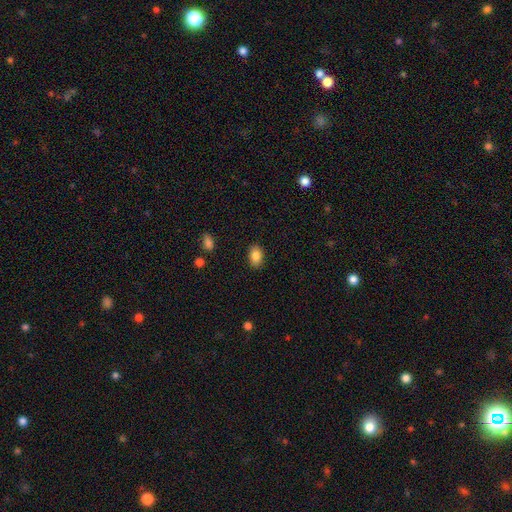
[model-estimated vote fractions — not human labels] Smooth or featured? smooth (85%)
How rounded? in between (81%)
Merging? none (86%)